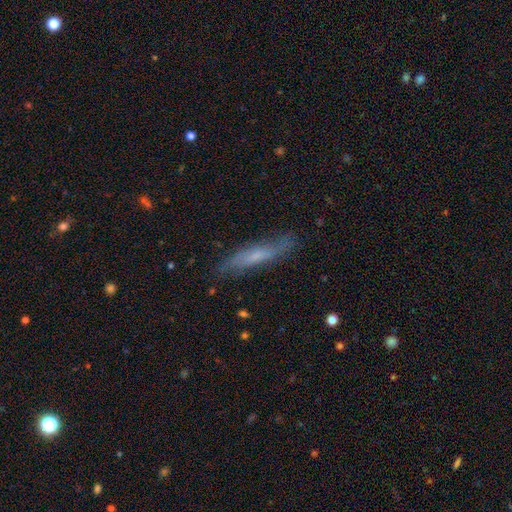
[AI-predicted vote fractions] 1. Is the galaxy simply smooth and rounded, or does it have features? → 48% smooth, 45% featured or disk, 8% star or artifact.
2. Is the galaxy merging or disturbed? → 78% none, 17% minor disturbance, 4% major disturbance, 2% merger.